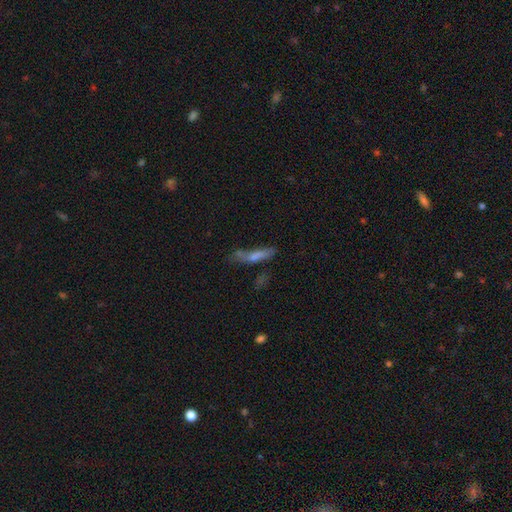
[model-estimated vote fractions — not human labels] The model was most divided on "merging": none: 49%, minor disturbance: 24%, major disturbance: 16%, merger: 12%. More confident: how rounded — cigar-shaped (81%); smooth or featured — smooth (56%).